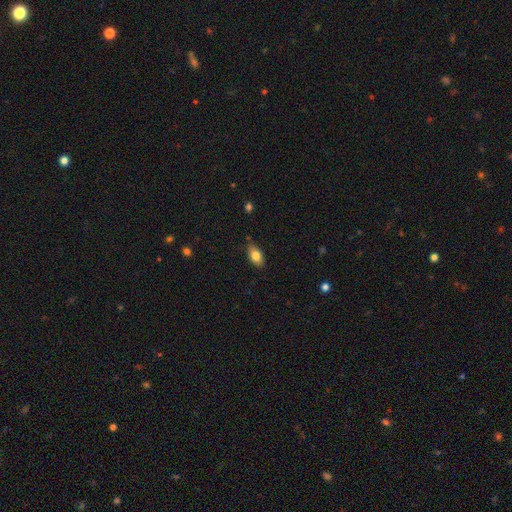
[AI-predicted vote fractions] The model was most divided on "merging": none: 81%, minor disturbance: 15%, major disturbance: 2%, merger: 2%. More confident: how rounded — in between (90%); smooth or featured — smooth (80%).